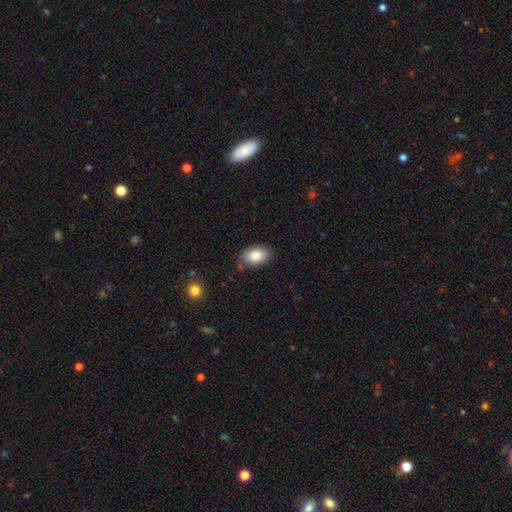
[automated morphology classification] smooth-or-featured: smooth: 86% | featured or disk: 7% | star or artifact: 7%
  how-rounded: in between: 90% | round: 9% | cigar-shaped: 1%
  merging: none: 78% | minor disturbance: 16% | major disturbance: 3% | merger: 3%